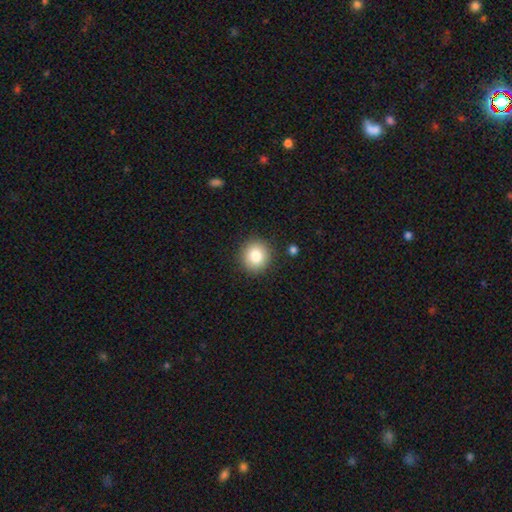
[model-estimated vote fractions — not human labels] Morphology: type=smooth (83%); roundness=round (90%); merging=none (90%).